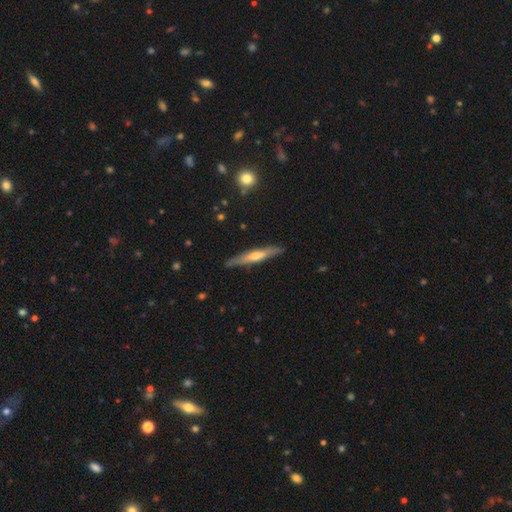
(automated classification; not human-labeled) The model was most divided on "smooth or featured": featured or disk: 55%, smooth: 39%, star or artifact: 6%. More confident: edge-on disk — yes (92%); merging — none (86%); edge-on bulge — rounded (66%).